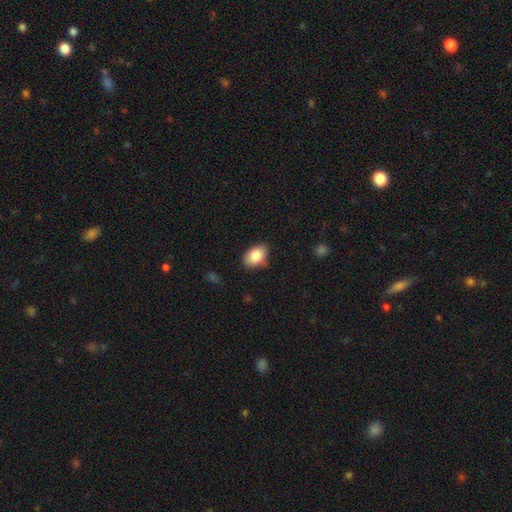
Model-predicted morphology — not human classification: Q: Smooth or featured?
A: smooth (84%); runner-up: featured or disk (8%)
Q: How rounded?
A: in between (87%); runner-up: round (12%)
Q: Merging?
A: none (78%); runner-up: minor disturbance (17%)